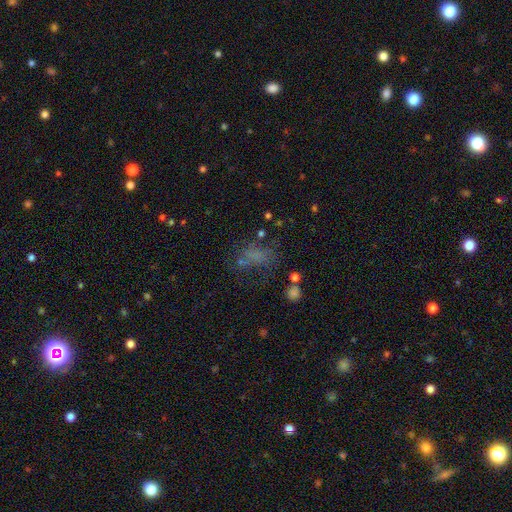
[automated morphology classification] The model was most divided on "merging": none: 44%, major disturbance: 27%, minor disturbance: 21%, merger: 9%. More confident: how rounded — in between (77%); smooth or featured — smooth (53%).